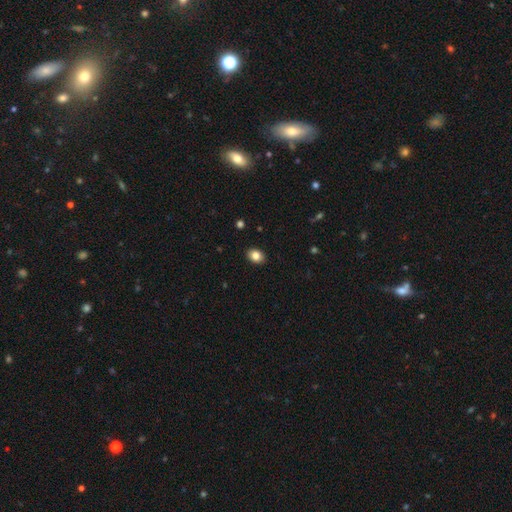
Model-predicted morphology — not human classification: The model was most divided on "how rounded": in between: 64%, round: 35%, cigar-shaped: 1%. More confident: merging — none (91%); smooth or featured — smooth (85%).